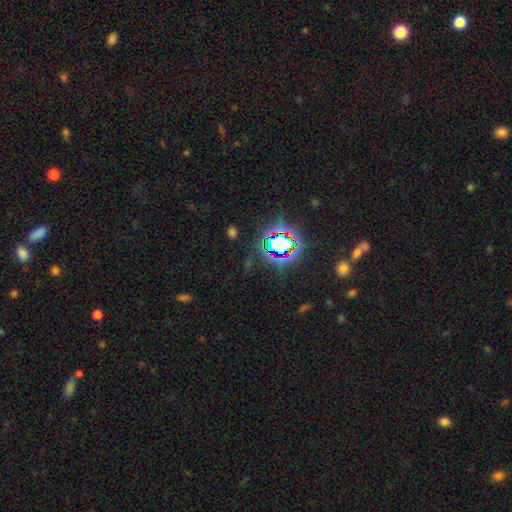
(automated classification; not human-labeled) This appears to be a star or artifact, not a galaxy (78%).